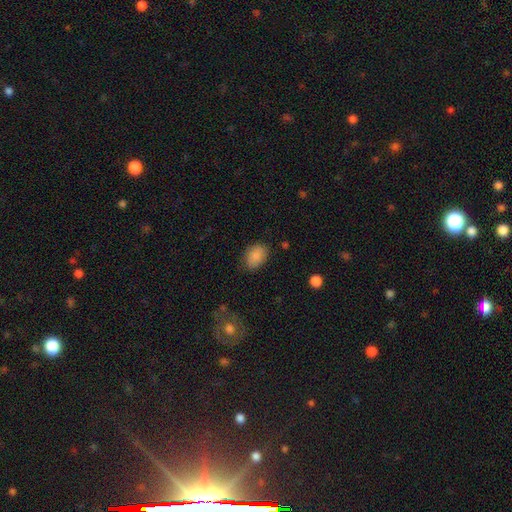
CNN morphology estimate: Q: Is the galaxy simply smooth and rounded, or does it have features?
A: smooth — 87%.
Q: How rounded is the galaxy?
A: in between — 81%.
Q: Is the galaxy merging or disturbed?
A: none — 77%.